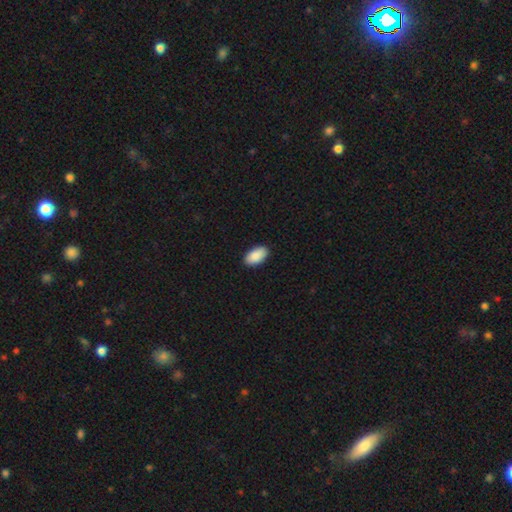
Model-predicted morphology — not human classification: smooth-or-featured: smooth: 90% | star or artifact: 6% | featured or disk: 4%
  how-rounded: in between: 95% | round: 3% | cigar-shaped: 2%
  merging: none: 90% | minor disturbance: 7% | major disturbance: 2% | merger: 1%